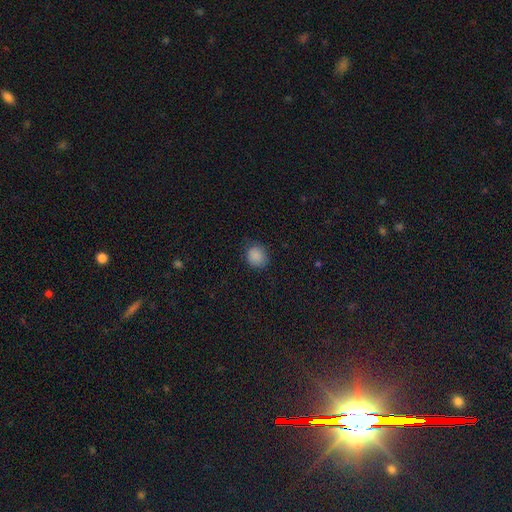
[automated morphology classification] Overall: smooth (87%). How rounded: round (74%). Merging: none (80%).